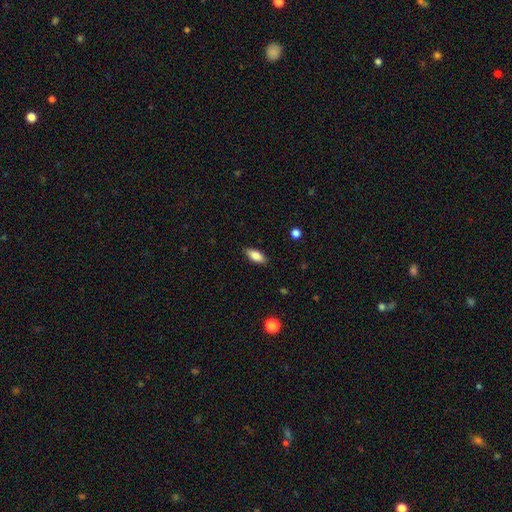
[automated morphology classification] A smooth galaxy with no disk features (83%) that is in between round and cigar-shaped (86%).

Vote fractions:
- Smooth or featured? smooth: 83% / featured or disk: 10% / star or artifact: 7%
- How rounded? in between: 86% / cigar-shaped: 12% / round: 3%
- Merging? none: 86% / minor disturbance: 10% / major disturbance: 2% / merger: 1%